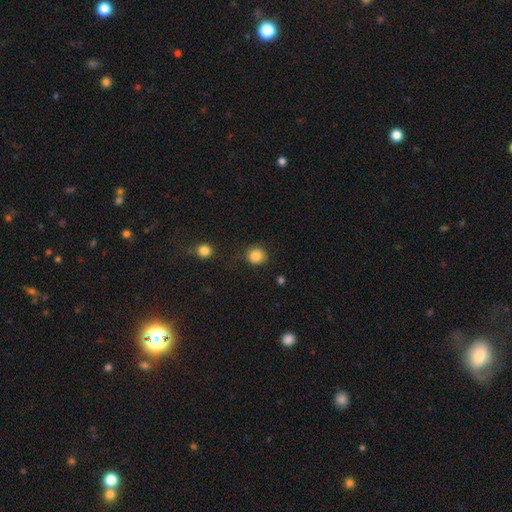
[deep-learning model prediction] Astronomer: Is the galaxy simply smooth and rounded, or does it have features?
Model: smooth — 86%.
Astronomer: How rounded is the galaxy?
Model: round — 89%.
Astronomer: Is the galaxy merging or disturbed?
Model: none — 75%.